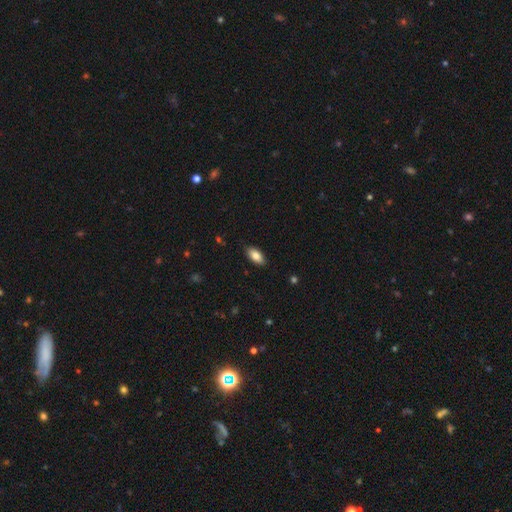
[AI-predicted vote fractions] Smooth or featured? smooth (84%)
How rounded? in between (91%)
Merging? none (87%)